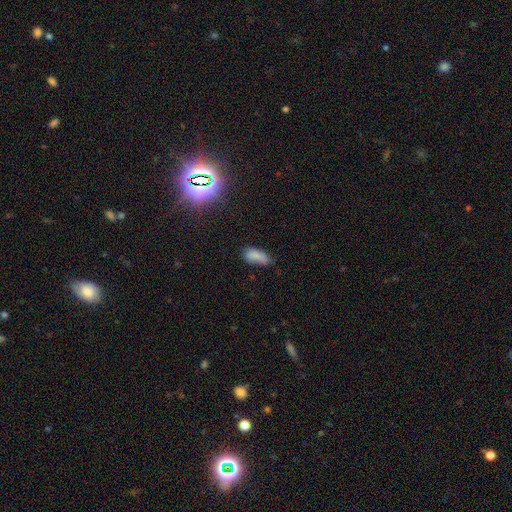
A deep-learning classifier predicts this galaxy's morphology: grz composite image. It shows a smooth galaxy with no disk features (78%) that is in between round and cigar-shaped (82%). Merging: none (45%).